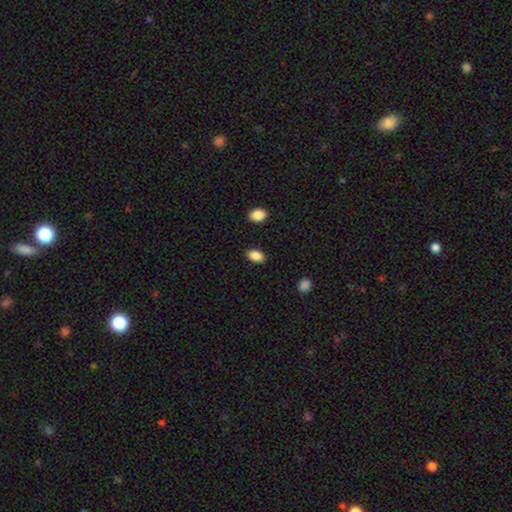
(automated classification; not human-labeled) A smooth galaxy with no disk features (88%) that is in between round and cigar-shaped (90%). Merging: none (88%).